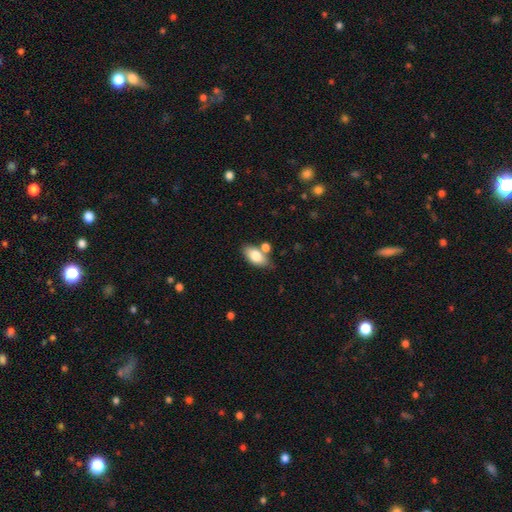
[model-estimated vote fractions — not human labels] Smooth or featured?
  - smooth: 80% *
  - featured or disk: 13%
  - star or artifact: 7%
How rounded?
  - in between: 90% *
  - cigar-shaped: 5%
  - round: 5%
Merging?
  - none: 62% *
  - merger: 19%
  - minor disturbance: 15%
  - major disturbance: 4%